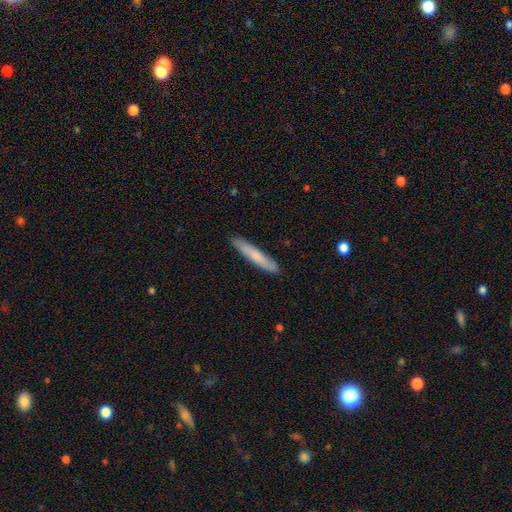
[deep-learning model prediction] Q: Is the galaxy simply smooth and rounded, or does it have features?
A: smooth — 73%.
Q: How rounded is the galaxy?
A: cigar-shaped — 93%.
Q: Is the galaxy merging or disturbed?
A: none — 89%.